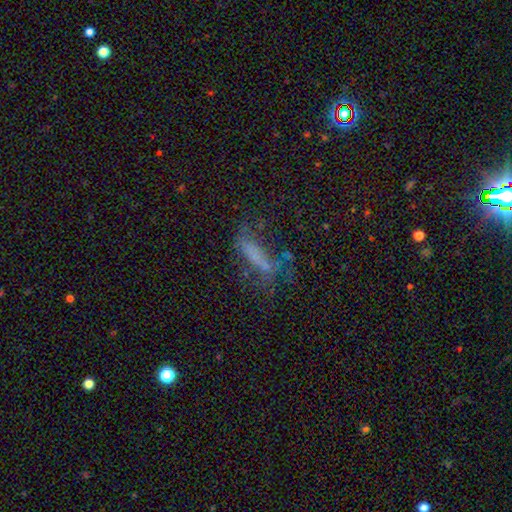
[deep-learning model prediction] smooth_or_featured: smooth (p=0.45) [alt: featured or disk p=0.30]
merging: none (p=0.42) [alt: major disturbance p=0.30]